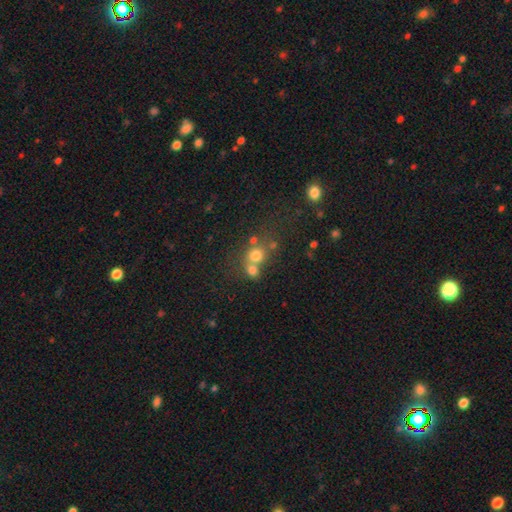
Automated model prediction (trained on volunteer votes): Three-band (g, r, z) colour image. It shows a smooth galaxy with no disk features (72%) that is round (82%). Merging: merger (46%).